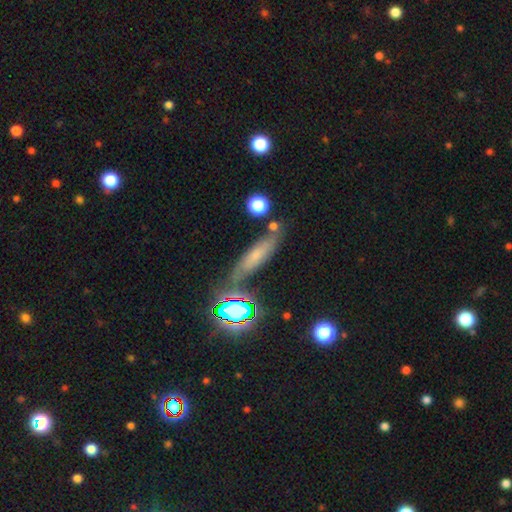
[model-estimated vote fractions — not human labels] A smooth galaxy with no disk features (51%) that is cigar-shaped (64%). Merging: none (68%).